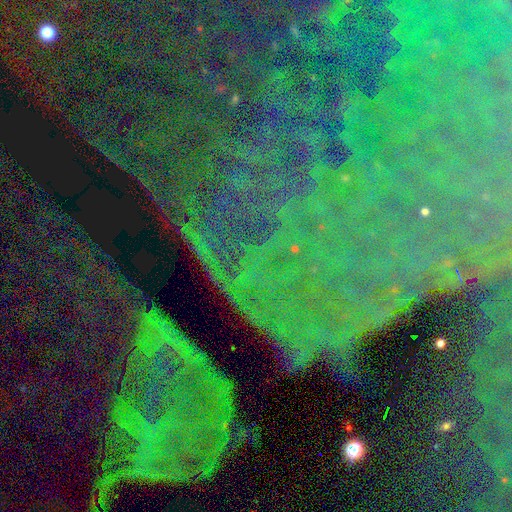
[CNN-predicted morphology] Smooth or featured: star or artifact — 82% (featured or disk — 10%)